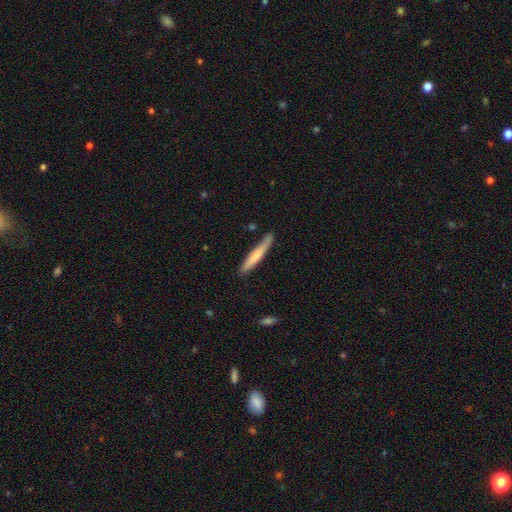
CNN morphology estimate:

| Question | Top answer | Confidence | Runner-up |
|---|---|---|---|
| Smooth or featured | smooth | 67% | featured or disk (28%) |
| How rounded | cigar-shaped | 94% | in between (4%) |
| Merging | none | 80% | minor disturbance (15%) |